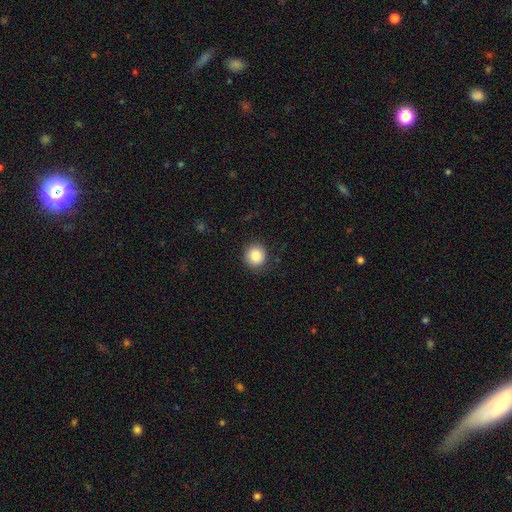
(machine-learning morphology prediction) Smooth or featured: smooth — 87% (star or artifact — 9%)
How rounded: round — 91% (in between — 8%)
Merging: none — 86% (minor disturbance — 10%)